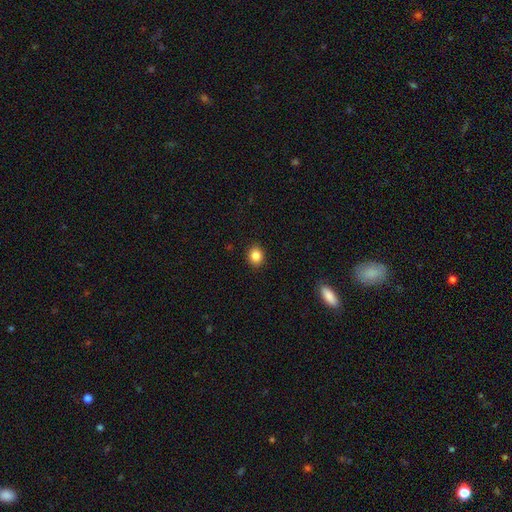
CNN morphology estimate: type=smooth (86%); roundness=round (66%); merging=none (91%).